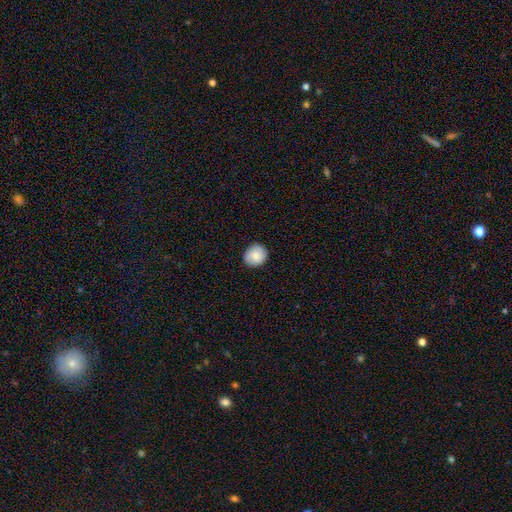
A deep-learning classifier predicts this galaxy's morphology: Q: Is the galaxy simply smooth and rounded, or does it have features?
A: smooth — 82%.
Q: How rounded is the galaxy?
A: round — 86%.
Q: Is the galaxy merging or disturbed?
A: none — 89%.